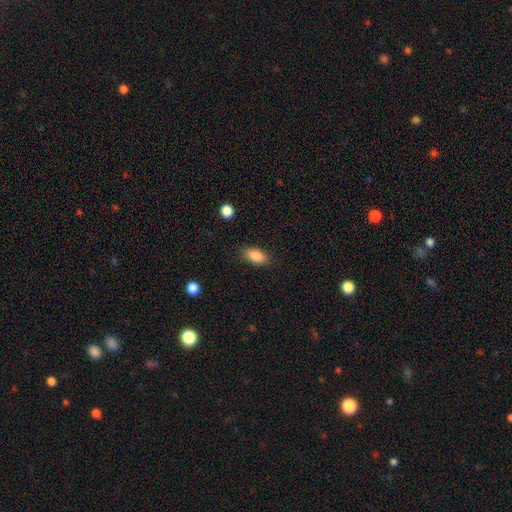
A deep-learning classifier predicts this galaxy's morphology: Q: Smooth or featured?
A: smooth (86%); runner-up: star or artifact (8%)
Q: How rounded?
A: in between (88%); runner-up: cigar-shaped (7%)
Q: Merging?
A: none (85%); runner-up: minor disturbance (11%)